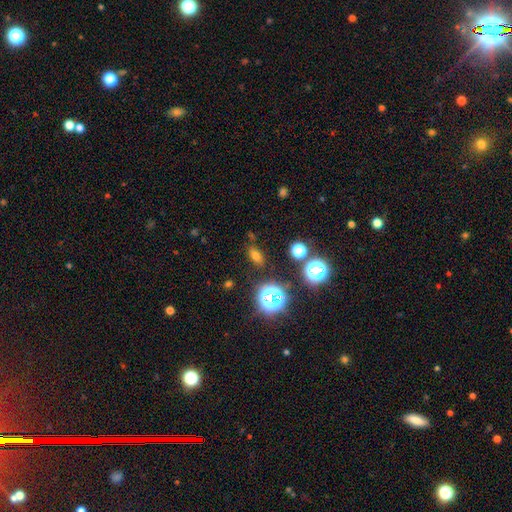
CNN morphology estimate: This is likely a smooth galaxy (65%). How rounded: likely in between (75%). Merging: clearly none (82%).